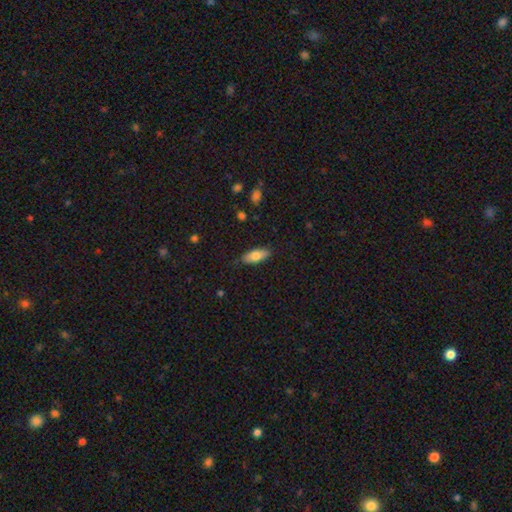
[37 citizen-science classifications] This appears to be a smooth galaxy with no disk features (76%) that is in between round and cigar-shaped (82%). Merging: none (80%).